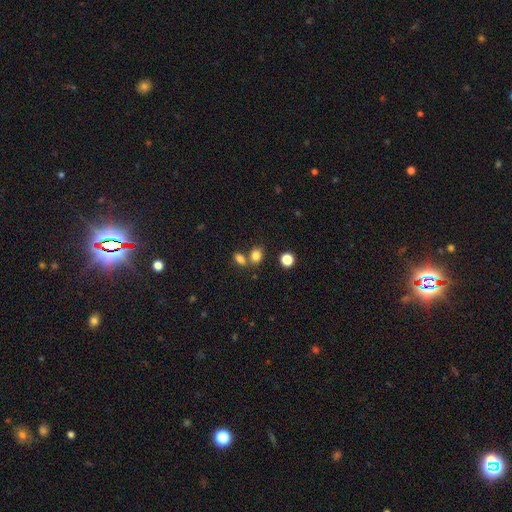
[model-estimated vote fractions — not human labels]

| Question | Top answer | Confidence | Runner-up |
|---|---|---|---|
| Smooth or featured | smooth | 81% | star or artifact (12%) |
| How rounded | in between | 60% | round (39%) |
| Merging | none | 55% | merger (31%) |